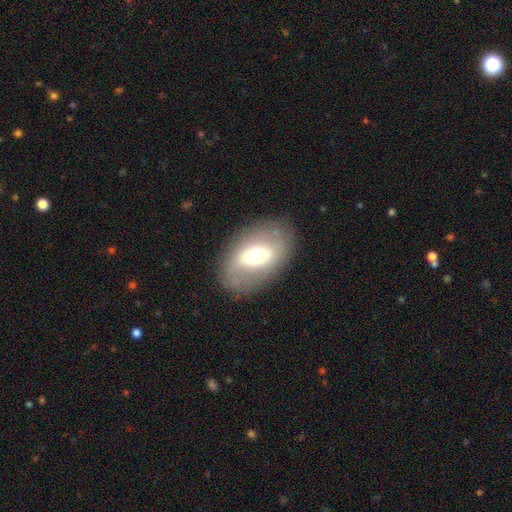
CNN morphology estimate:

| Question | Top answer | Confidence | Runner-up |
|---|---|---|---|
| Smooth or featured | smooth | 47% | featured or disk (44%) |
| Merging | none | 81% | minor disturbance (12%) |